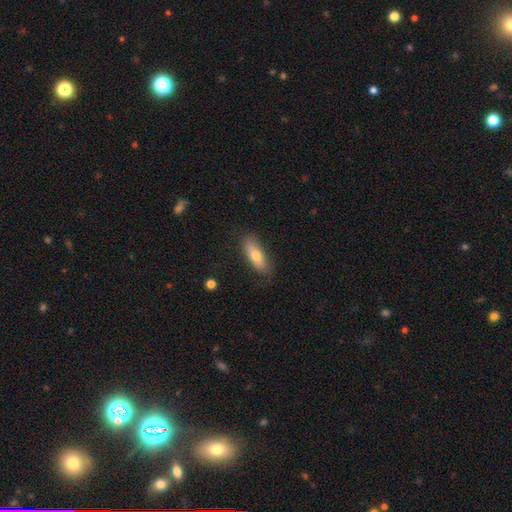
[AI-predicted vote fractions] This appears to be a smooth galaxy with no disk features (72%) that is in between round and cigar-shaped (64%). Merging: none (80%).